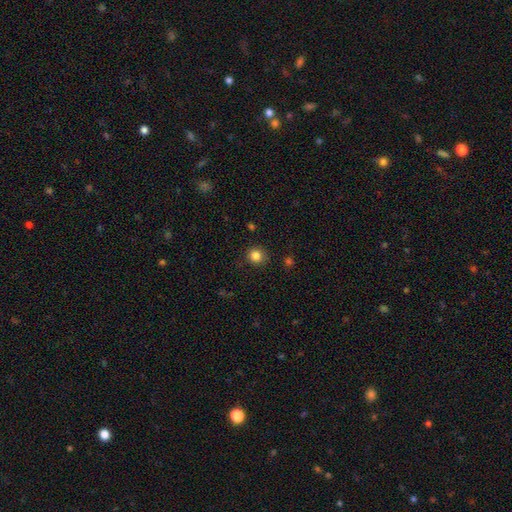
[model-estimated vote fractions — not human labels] A smooth galaxy with no disk features (84%) that is round (90%). Merging: none (89%).